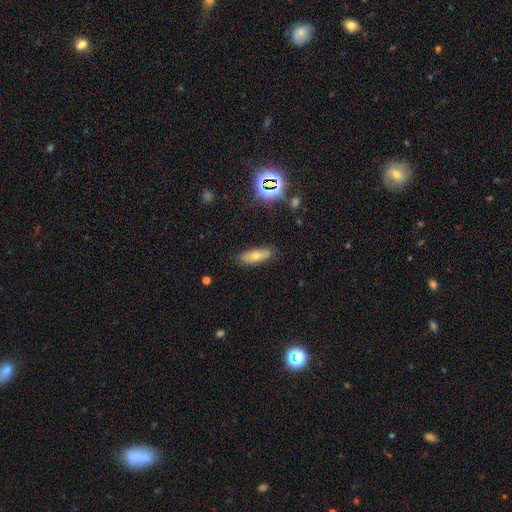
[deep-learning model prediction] This appears to be a smooth galaxy with no disk features (60%) that is in between round and cigar-shaped (59%). Merging: none (86%).